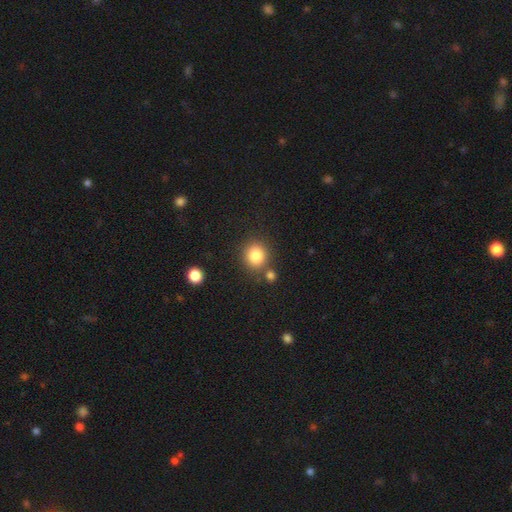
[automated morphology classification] Smooth or featured? smooth (83%)
How rounded? round (82%)
Merging? none (75%)